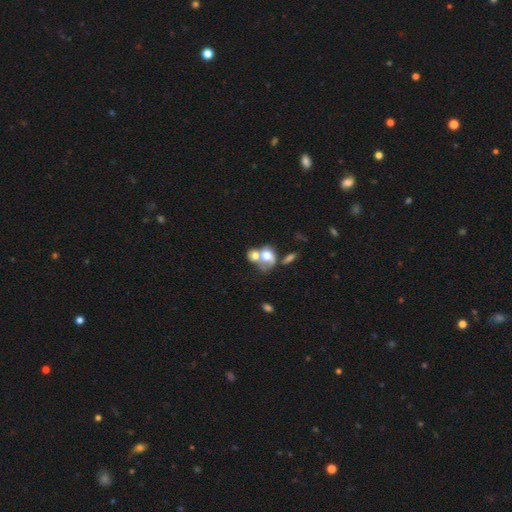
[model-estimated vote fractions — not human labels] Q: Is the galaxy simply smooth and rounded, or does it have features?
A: smooth — 60%.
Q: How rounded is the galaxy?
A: in between — 50%.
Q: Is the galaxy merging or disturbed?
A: merger — 73%.